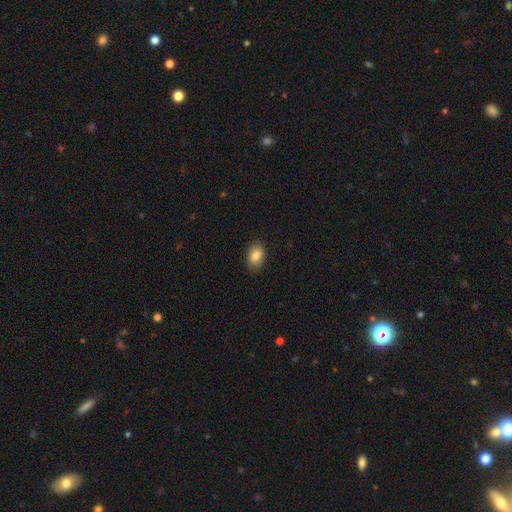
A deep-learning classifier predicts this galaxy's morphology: Smooth or featured? smooth (87%)
How rounded? in between (85%)
Merging? none (88%)